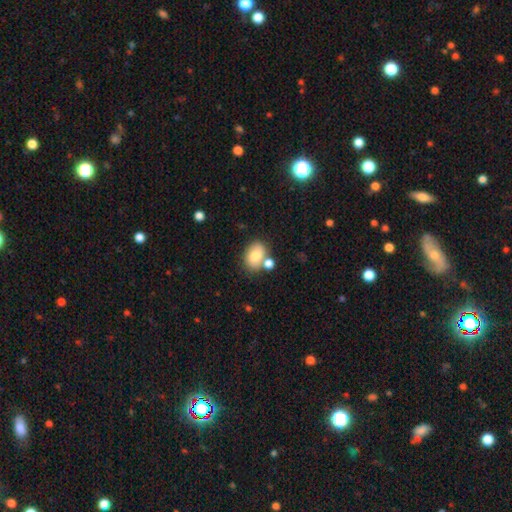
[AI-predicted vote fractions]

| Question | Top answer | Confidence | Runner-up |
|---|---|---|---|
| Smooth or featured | smooth | 75% | featured or disk (17%) |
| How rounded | in between | 73% | round (25%) |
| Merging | none | 56% | merger (24%) |